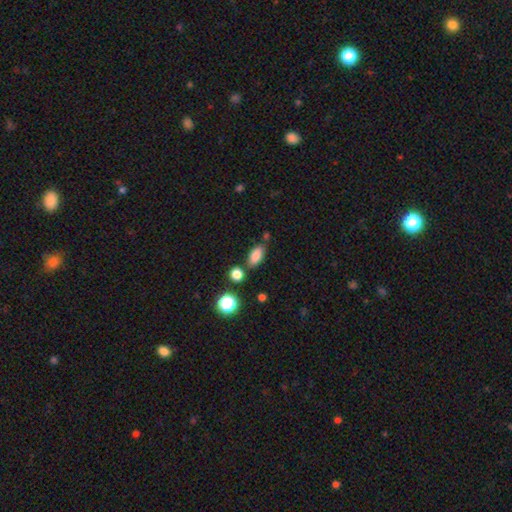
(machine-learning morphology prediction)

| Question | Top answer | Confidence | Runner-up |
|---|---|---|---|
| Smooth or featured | smooth | 83% | star or artifact (10%) |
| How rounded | in between | 85% | cigar-shaped (8%) |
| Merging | none | 74% | minor disturbance (13%) |